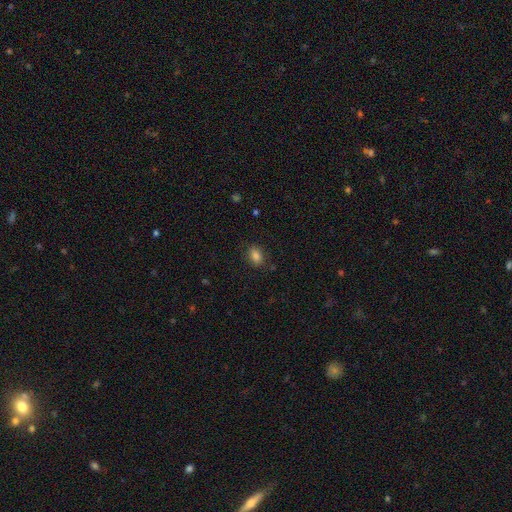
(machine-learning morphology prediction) A smooth galaxy with no disk features (84%) that is in between round and cigar-shaped (81%). Merging: none (84%).